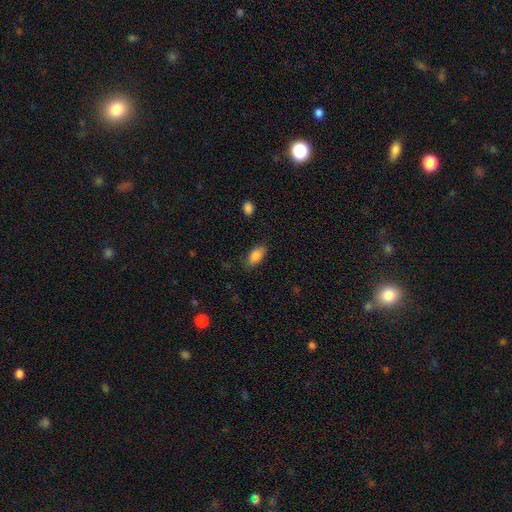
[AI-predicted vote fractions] This appears to be a smooth galaxy with no disk features (86%) that is in between round and cigar-shaped (91%). Merging: none (80%).